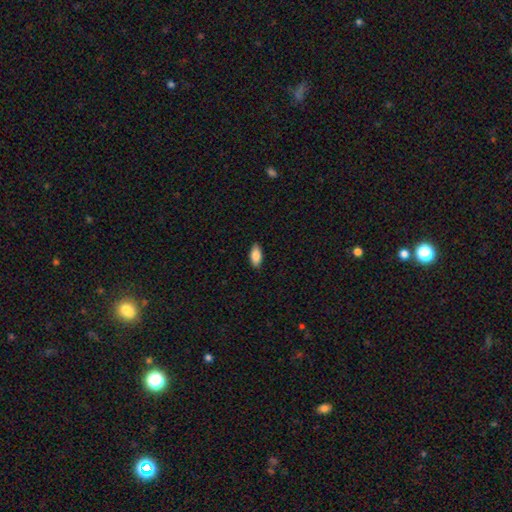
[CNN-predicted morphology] Smooth or featured?
  - smooth: 86% *
  - featured or disk: 8%
  - star or artifact: 6%
How rounded?
  - in between: 89% *
  - cigar-shaped: 8%
  - round: 2%
Merging?
  - none: 88% *
  - minor disturbance: 9%
  - major disturbance: 2%
  - merger: 1%